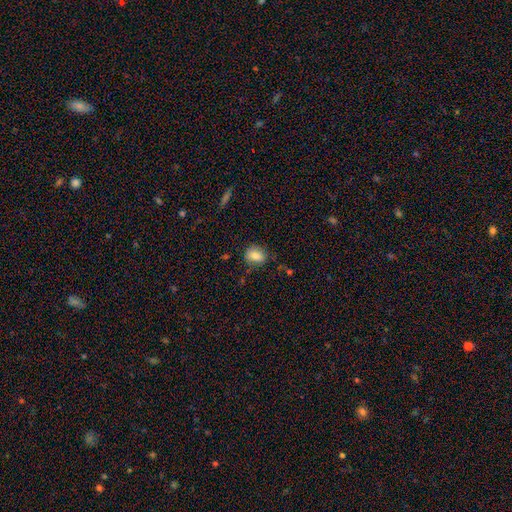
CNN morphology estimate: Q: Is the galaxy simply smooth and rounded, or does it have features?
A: smooth — 82%.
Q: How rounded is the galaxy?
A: round — 50%.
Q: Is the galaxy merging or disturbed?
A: none — 72%.